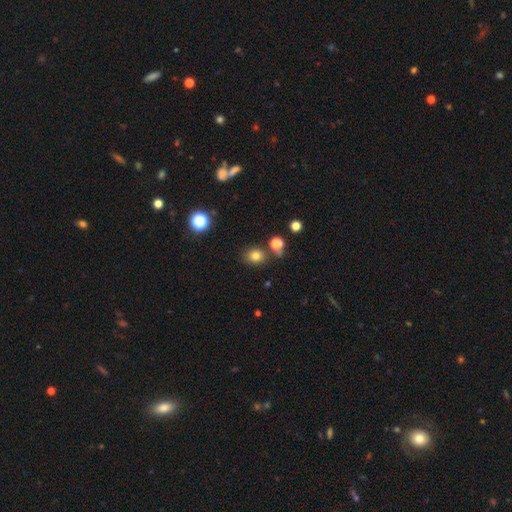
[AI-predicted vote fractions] This appears to be a smooth galaxy with no disk features (78%) that is round (71%). Merging: none (76%).